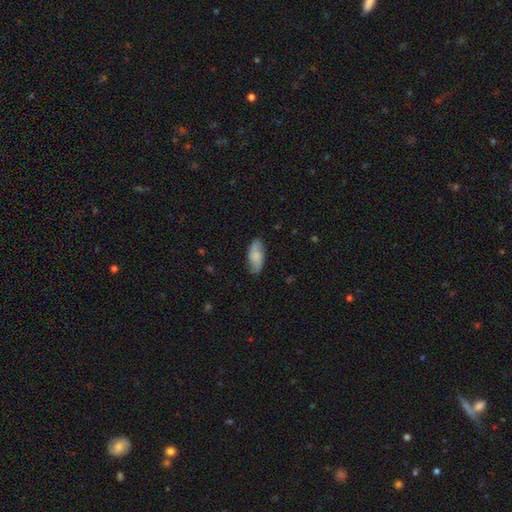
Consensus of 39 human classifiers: Q: Smooth or featured?
A: smooth (69%); runner-up: featured or disk (31%)
Q: How rounded?
A: in between (100%)
Q: Merging?
A: none (77%); runner-up: minor disturbance (21%)